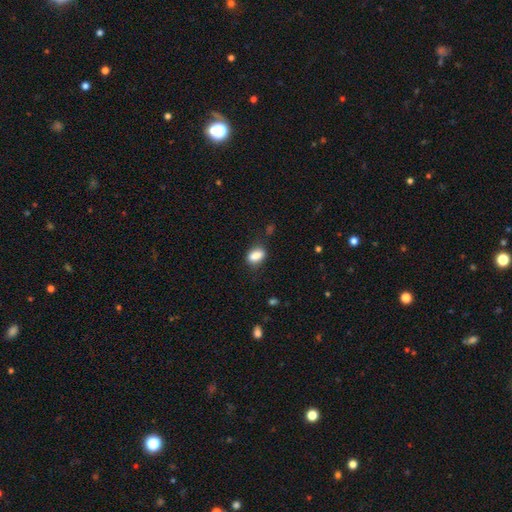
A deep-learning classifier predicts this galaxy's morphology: Smooth or featured?
  - smooth: 85% *
  - star or artifact: 8%
  - featured or disk: 7%
How rounded?
  - in between: 82% *
  - round: 14%
  - cigar-shaped: 5%
Merging?
  - none: 74% *
  - minor disturbance: 18%
  - major disturbance: 5%
  - merger: 3%